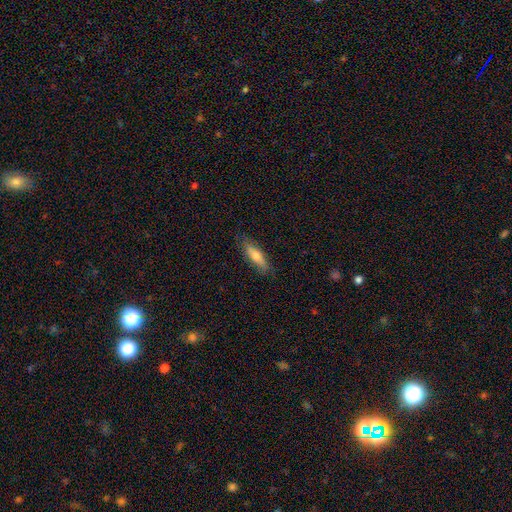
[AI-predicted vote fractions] Overall: smooth (61%; featured or disk 33%). How rounded: cigar-shaped (65%; in between 33%). Merging: none (83%).